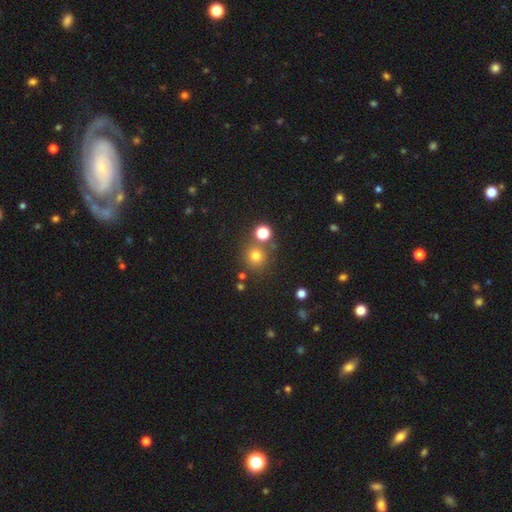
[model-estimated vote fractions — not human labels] Smooth or featured? smooth (74%)
How rounded? round (91%)
Merging? none (75%)